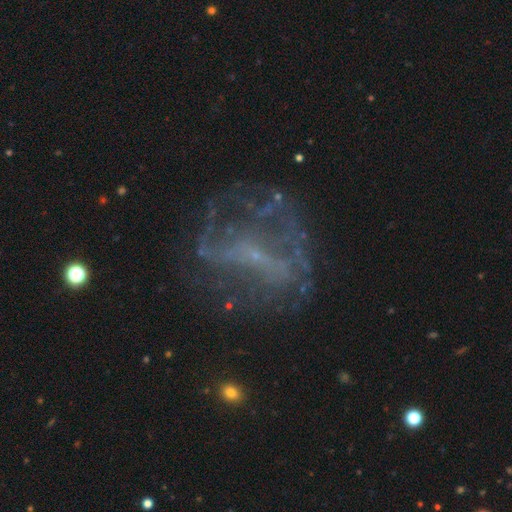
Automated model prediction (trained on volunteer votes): A featured or disk galaxy (70%) with no bar (44%), no spiral arms (51%) and a small central bulge (55%).

Vote fractions:
- Smooth or featured? featured or disk: 70% / star or artifact: 18% / smooth: 12%
- Edge-on disk? no: 95% / yes: 5%
- Bar? no: 44% / weak: 35% / strong: 21%
- Spiral arms? no: 51% / yes: 49%
- Bulge size? small: 55% / none: 35% / moderate: 7% / large: 1% / dominant: 1%
- Merging? none: 55% / major disturbance: 25% / minor disturbance: 16% / merger: 3%